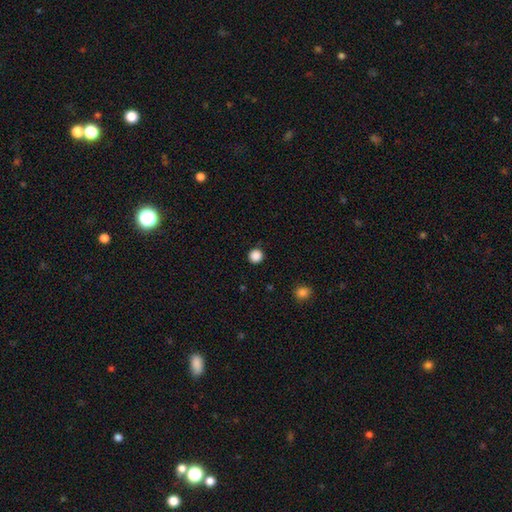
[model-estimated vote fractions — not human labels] Smooth or featured: smooth — 87% (star or artifact — 11%)
How rounded: round — 95% (in between — 4%)
Merging: none — 91% (minor disturbance — 5%)